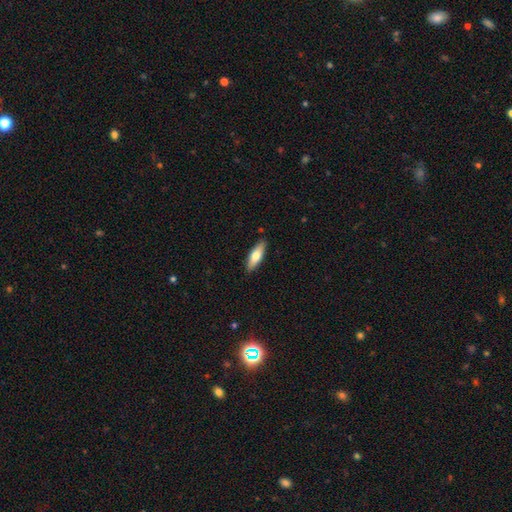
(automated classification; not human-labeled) Morphology: type=smooth (66%); roundness=in between (53%); merging=none (89%).